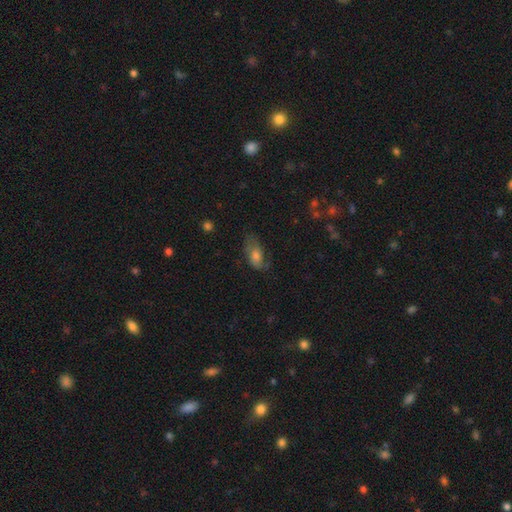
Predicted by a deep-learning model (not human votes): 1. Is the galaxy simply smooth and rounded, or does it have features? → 51% smooth, 38% featured or disk, 11% star or artifact.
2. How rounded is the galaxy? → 86% in between, 7% cigar-shaped, 7% round.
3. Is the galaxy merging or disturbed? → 50% none, 28% minor disturbance, 19% major disturbance, 2% merger.